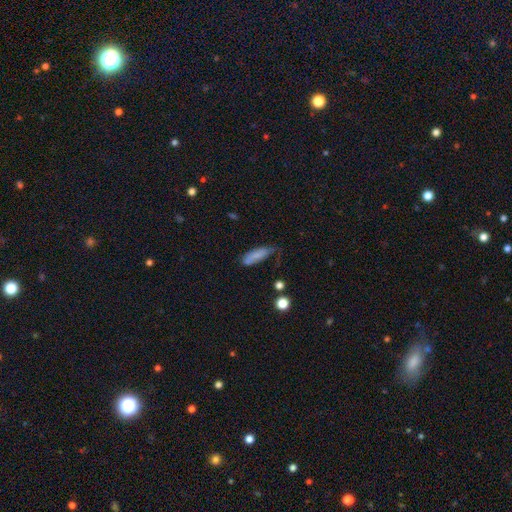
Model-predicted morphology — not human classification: Overall: smooth (75%). How rounded: in between (60%; cigar-shaped 38%). Merging: none (43%; minor disturbance 35%).